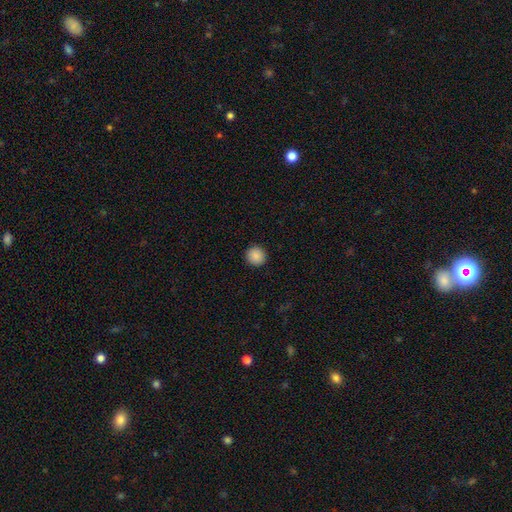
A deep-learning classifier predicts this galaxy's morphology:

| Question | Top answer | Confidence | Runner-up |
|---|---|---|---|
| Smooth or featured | smooth | 89% | star or artifact (9%) |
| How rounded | round | 94% | in between (5%) |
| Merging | none | 93% | minor disturbance (5%) |